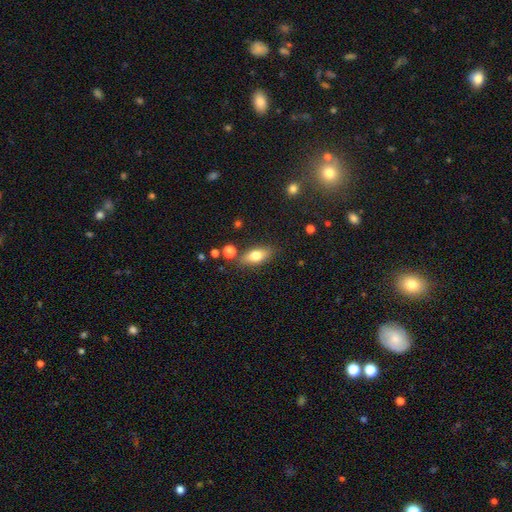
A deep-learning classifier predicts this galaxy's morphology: This is likely a smooth galaxy (73%). How rounded: likely in between (79%). Merging: clearly none (80%).